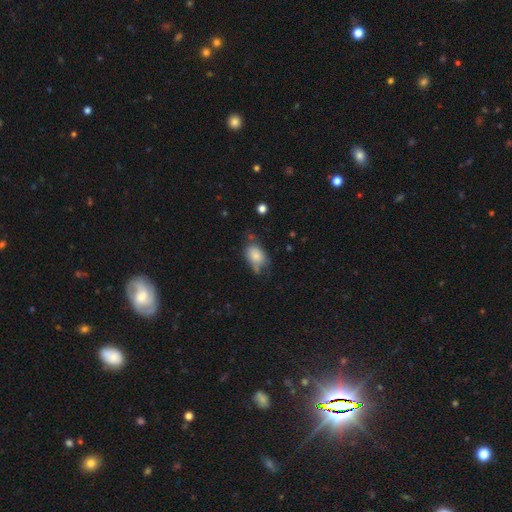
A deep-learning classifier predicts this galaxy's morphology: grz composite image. It shows a smooth galaxy with no disk features (76%) that is in between round and cigar-shaped (85%). Merging: none (41%).